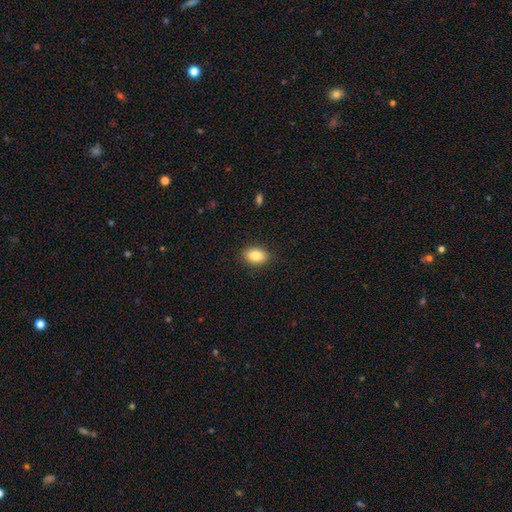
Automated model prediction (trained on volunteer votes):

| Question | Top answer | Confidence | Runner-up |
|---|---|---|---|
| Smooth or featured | smooth | 86% | star or artifact (8%) |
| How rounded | in between | 83% | round (16%) |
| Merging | none | 88% | minor disturbance (9%) |